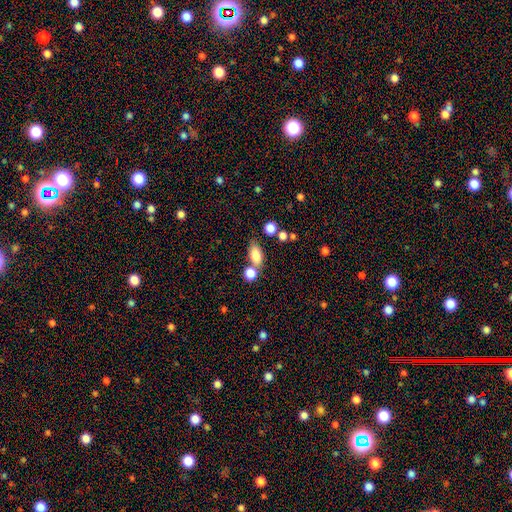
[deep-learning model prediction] smooth-or-featured: smooth: 82% | star or artifact: 9% | featured or disk: 9%
  how-rounded: in between: 84% | round: 10% | cigar-shaped: 6%
  merging: none: 59% | merger: 23% | minor disturbance: 13% | major disturbance: 5%